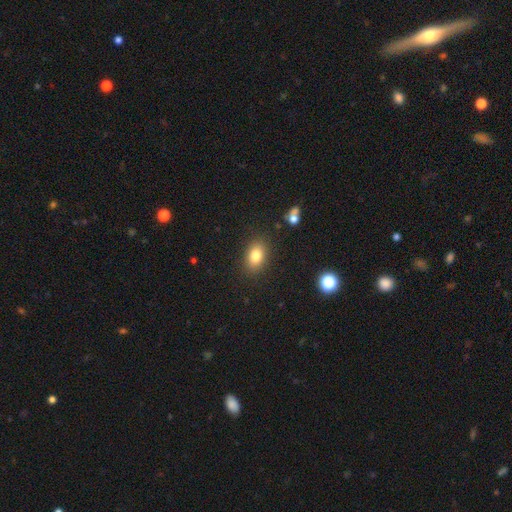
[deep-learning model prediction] Overall: smooth (82%). How rounded: in between (80%). Merging: none (87%).